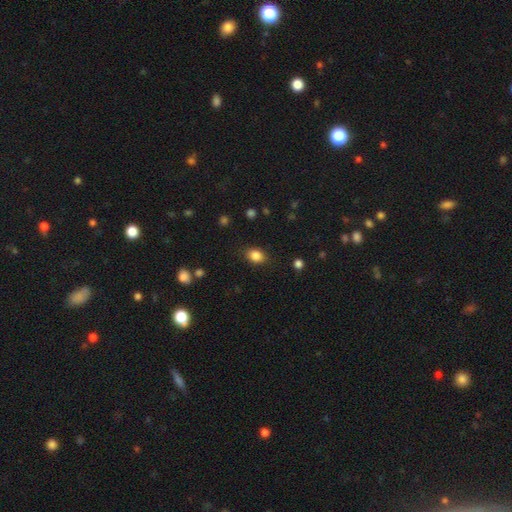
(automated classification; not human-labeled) A smooth galaxy with no disk features (85%) that is in between round and cigar-shaped (64%).

Vote fractions:
- Smooth or featured? smooth: 85% / star or artifact: 10% / featured or disk: 5%
- How rounded? in between: 64% / round: 35% / cigar-shaped: 1%
- Merging? none: 85% / minor disturbance: 11% / major disturbance: 3% / merger: 1%